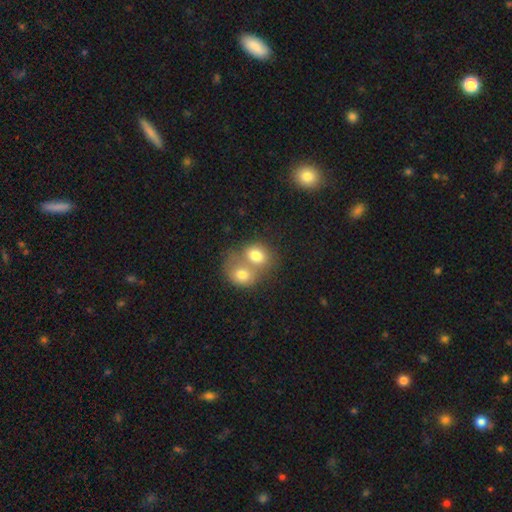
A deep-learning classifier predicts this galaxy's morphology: A smooth galaxy with no disk features (76%) that is in between round and cigar-shaped (51%). Merging: merger (67%).